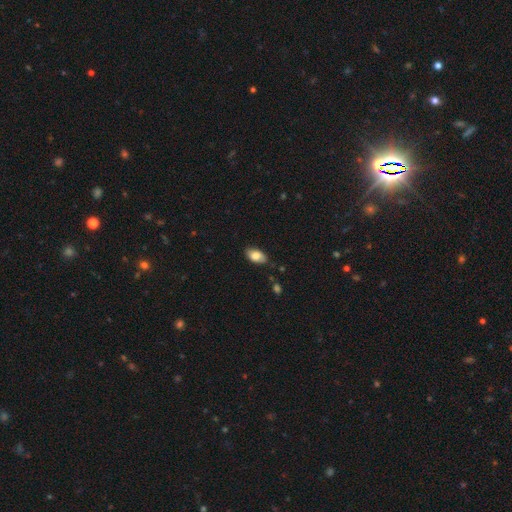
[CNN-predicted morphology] type=smooth (79%); roundness=in between (92%); merging=none (78%).